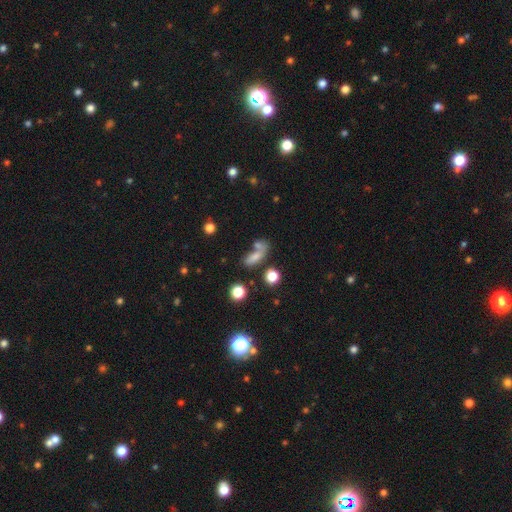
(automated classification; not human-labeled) The model was most divided on "merging": merger: 39%, none: 38%, minor disturbance: 13%, major disturbance: 10%. More confident: smooth or featured — smooth (69%); how rounded — in between (63%).